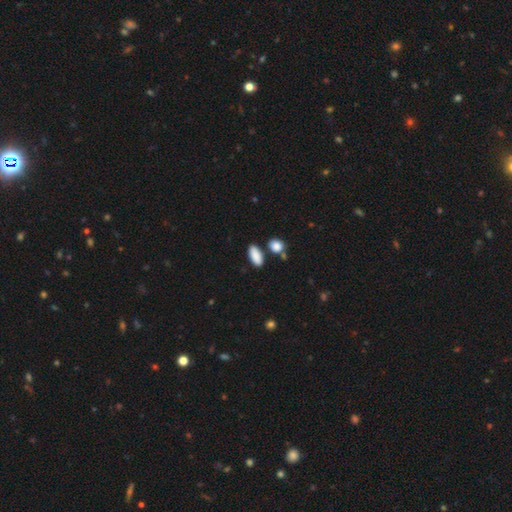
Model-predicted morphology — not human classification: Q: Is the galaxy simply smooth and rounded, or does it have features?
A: smooth — 89%.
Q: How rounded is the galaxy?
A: in between — 88%.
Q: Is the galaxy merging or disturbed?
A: none — 76%.